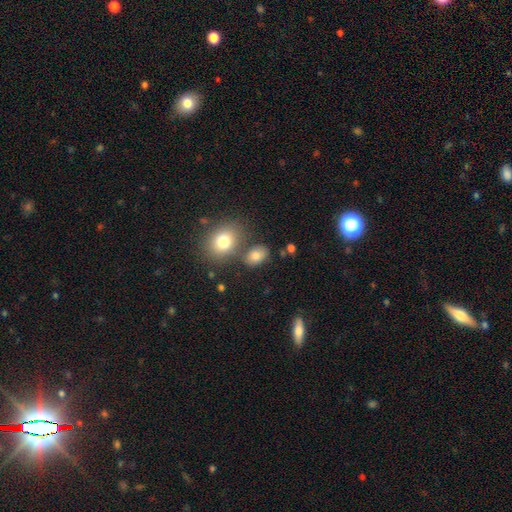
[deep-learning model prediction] A smooth galaxy with no disk features (79%) that is in between round and cigar-shaped (78%).

Vote fractions:
- Smooth or featured? smooth: 79% / star or artifact: 11% / featured or disk: 10%
- How rounded? in between: 78% / round: 20% / cigar-shaped: 1%
- Merging? none: 69% / merger: 14% / minor disturbance: 13% / major disturbance: 4%